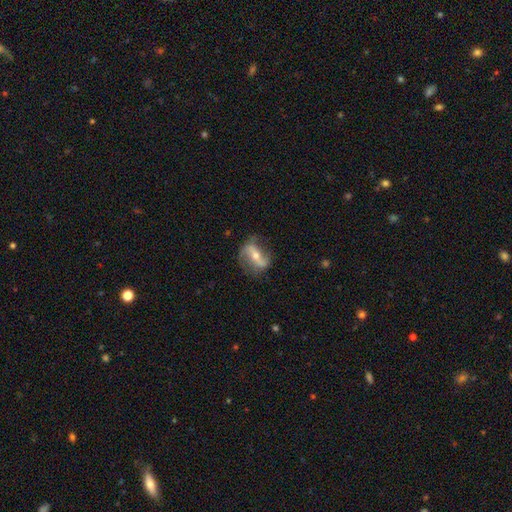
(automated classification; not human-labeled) Smooth or featured: featured or disk — 77% (smooth — 16%)
Edge-on disk: no — 90% (yes — 10%)
Bar: strong — 54% (weak — 26%)
Spiral arms: yes — 85% (no — 15%)
Spiral winding: loose — 60% (medium — 27%)
Spiral arm count: 2 — 87% (can't tell — 6%)
Bulge size: moderate — 52% (small — 44%)
Merging: none — 71% (minor disturbance — 18%)